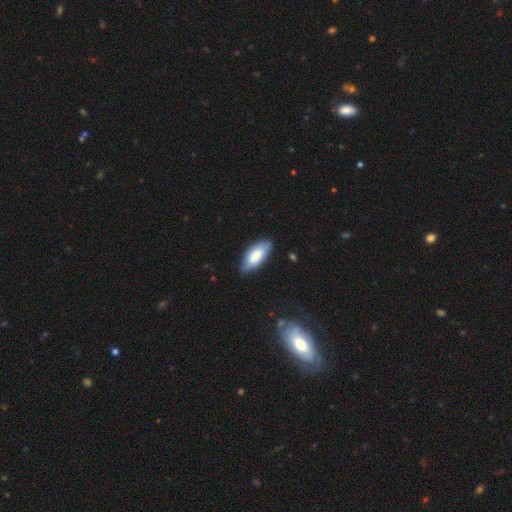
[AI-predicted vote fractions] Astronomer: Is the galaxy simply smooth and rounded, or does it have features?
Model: smooth — 78%.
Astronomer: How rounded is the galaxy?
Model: in between — 83%.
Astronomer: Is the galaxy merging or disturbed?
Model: none — 78%.